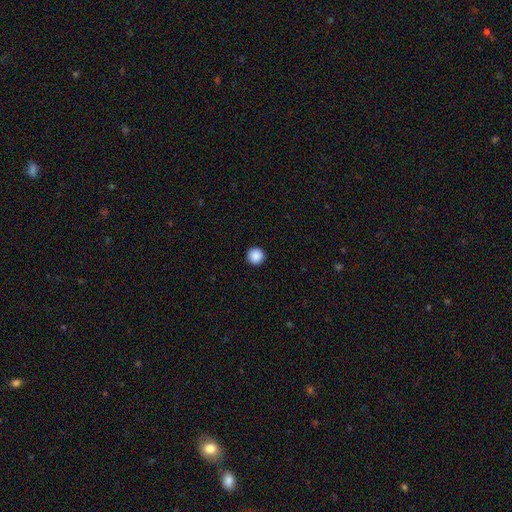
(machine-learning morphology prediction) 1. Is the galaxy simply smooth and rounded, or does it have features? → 89% smooth, 9% star or artifact, 2% featured or disk.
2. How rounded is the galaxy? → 96% round, 3% in between, 1% cigar-shaped.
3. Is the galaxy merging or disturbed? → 94% none, 4% minor disturbance, 1% major disturbance, 1% merger.